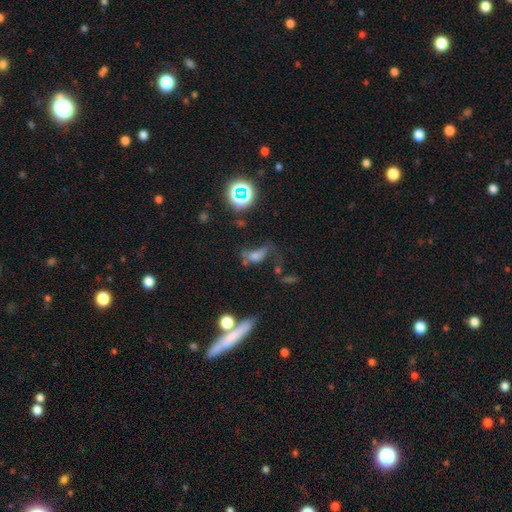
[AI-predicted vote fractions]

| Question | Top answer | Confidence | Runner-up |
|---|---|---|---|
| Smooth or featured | smooth | 45% | featured or disk (31%) |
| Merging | major disturbance | 41% | none (26%) |